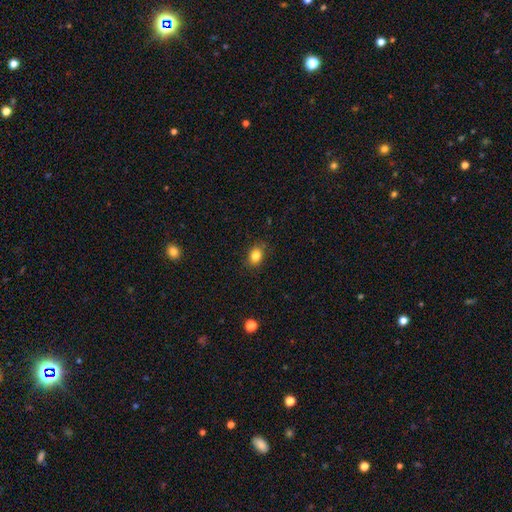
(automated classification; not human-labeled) smooth_or_featured: smooth (p=0.83) [alt: star or artifact p=0.10]
how_rounded: in between (p=0.66) [alt: round p=0.33]
merging: none (p=0.85) [alt: minor disturbance p=0.11]